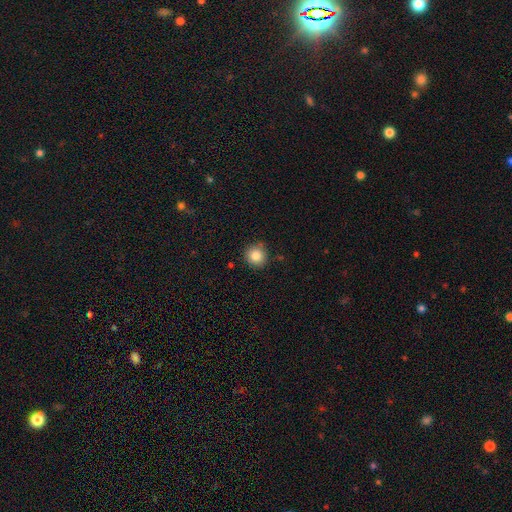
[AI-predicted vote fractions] Smooth or featured: smooth — 84% (star or artifact — 10%)
How rounded: round — 93% (in between — 6%)
Merging: none — 86% (minor disturbance — 10%)